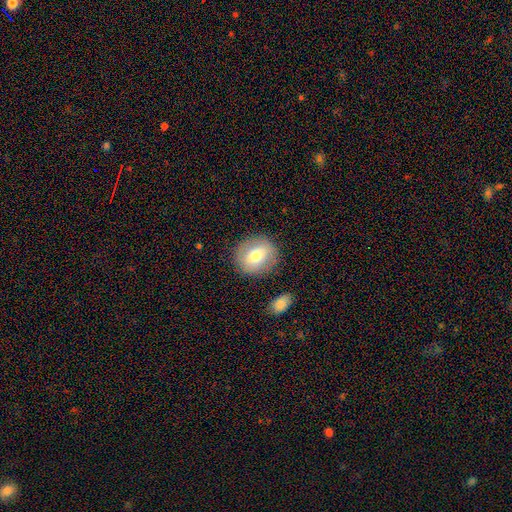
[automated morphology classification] Q: Smooth or featured?
A: smooth (69%); runner-up: featured or disk (23%)
Q: How rounded?
A: round (76%); runner-up: in between (22%)
Q: Merging?
A: none (84%); runner-up: minor disturbance (10%)